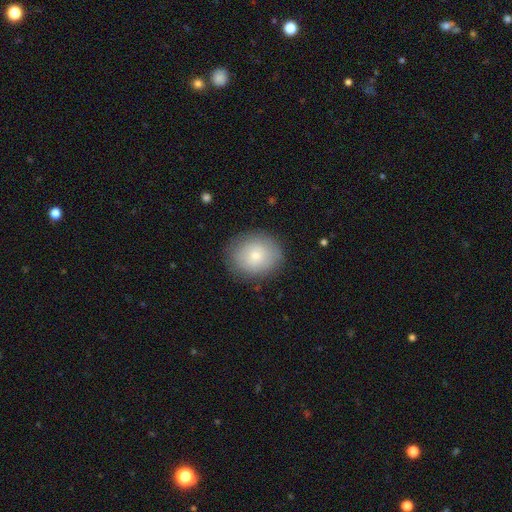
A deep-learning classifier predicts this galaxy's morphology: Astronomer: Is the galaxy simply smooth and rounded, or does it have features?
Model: smooth — 75%.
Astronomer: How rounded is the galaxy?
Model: round — 70%.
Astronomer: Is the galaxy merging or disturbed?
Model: none — 84%.